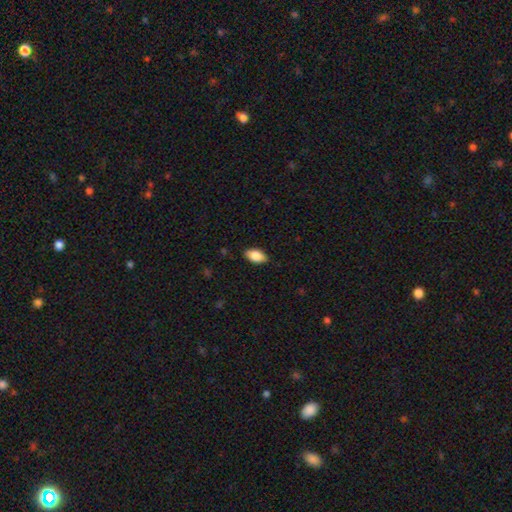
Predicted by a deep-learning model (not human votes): Smooth or featured? smooth (85%)
How rounded? in between (93%)
Merging? none (87%)